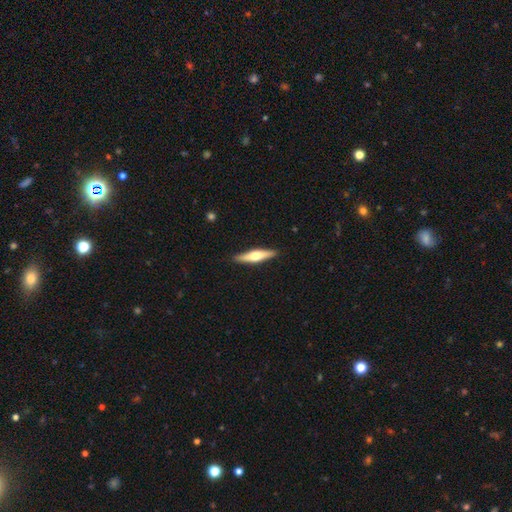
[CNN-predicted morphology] Overall: featured or disk (56%; smooth 39%). Edge-on disk: yes (95%). Edge-on bulge: rounded (94%). Merging: none (90%).